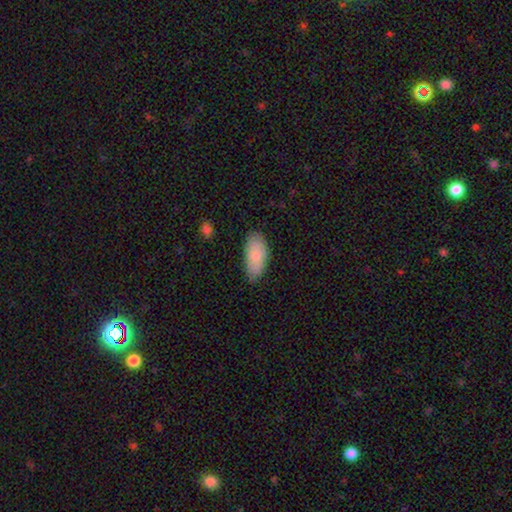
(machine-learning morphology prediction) Smooth or featured: smooth — 81% (featured or disk — 13%)
How rounded: in between — 91% (cigar-shaped — 6%)
Merging: none — 77% (minor disturbance — 19%)